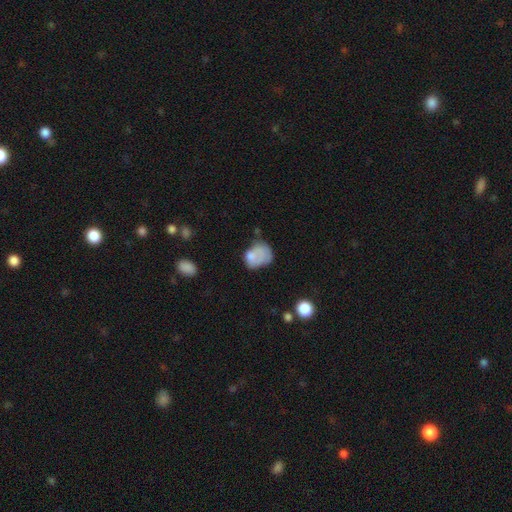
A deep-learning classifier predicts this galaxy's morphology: smooth 68%, featured or disk 23%, star or artifact 10%. Down the decision tree: how rounded — in between (62%); merging — minor disturbance (29%).